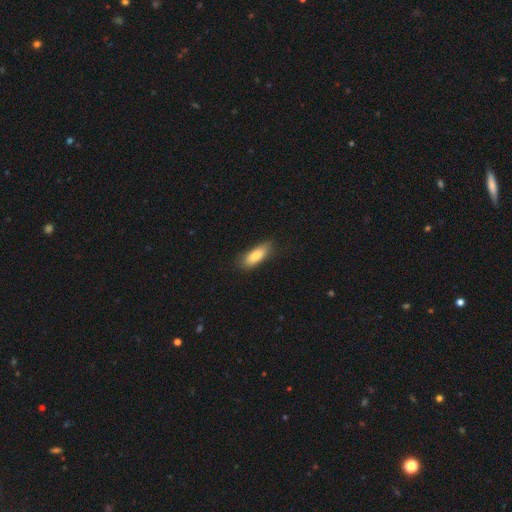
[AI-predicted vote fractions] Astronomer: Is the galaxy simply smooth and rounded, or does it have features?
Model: smooth — 83%.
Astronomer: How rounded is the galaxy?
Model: in between — 68%.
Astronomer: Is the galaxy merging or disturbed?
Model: none — 79%.